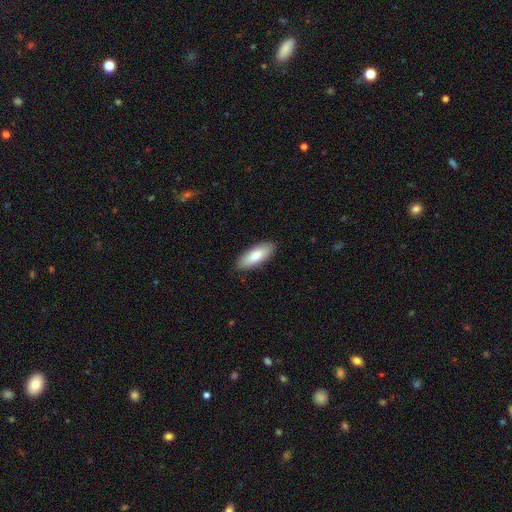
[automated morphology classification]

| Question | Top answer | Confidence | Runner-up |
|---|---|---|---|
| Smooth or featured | smooth | 81% | featured or disk (14%) |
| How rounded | in between | 72% | cigar-shaped (27%) |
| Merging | none | 89% | minor disturbance (9%) |